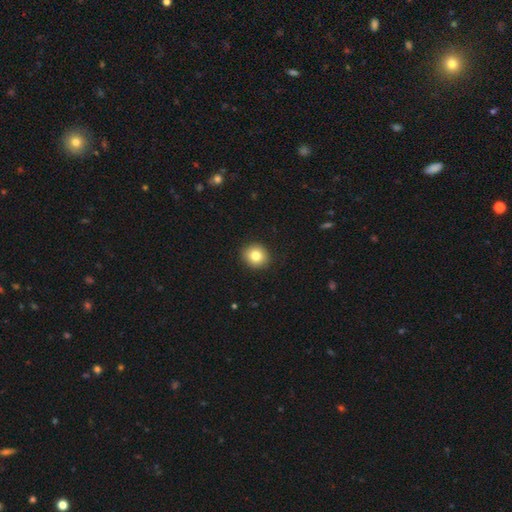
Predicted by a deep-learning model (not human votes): smooth 82%, star or artifact 10%, featured or disk 8%. Down the decision tree: how rounded — round (84%); merging — none (92%).